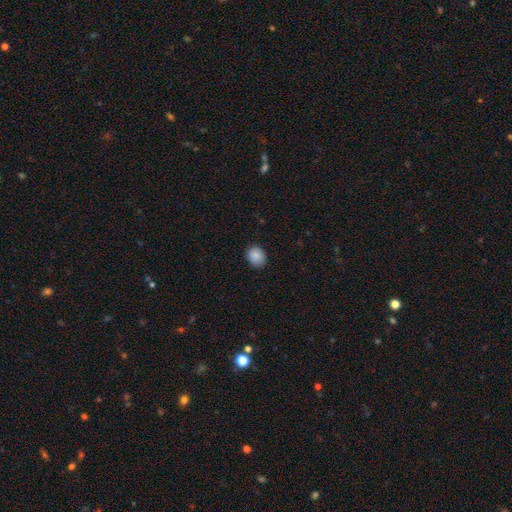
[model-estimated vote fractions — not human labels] A smooth galaxy with no disk features (89%) that is round (64%). Merging: none (87%).